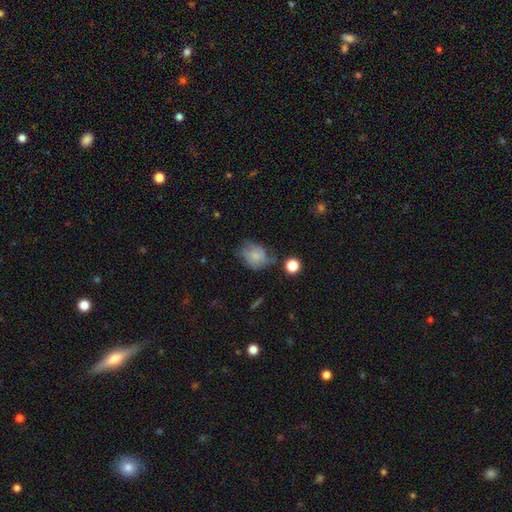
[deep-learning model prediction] This appears to be a smooth galaxy with no disk features (61%) that is in between round and cigar-shaped (52%). Merging: none (44%).